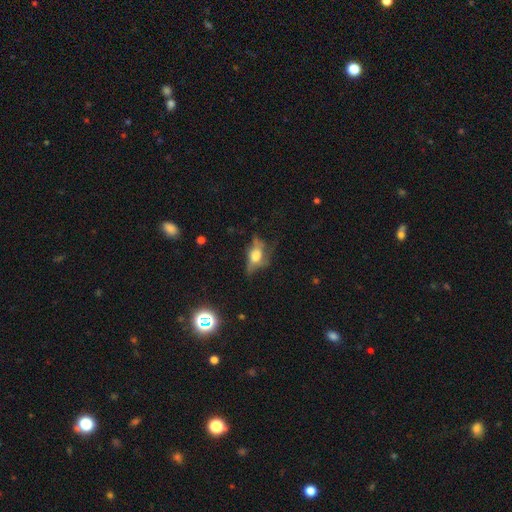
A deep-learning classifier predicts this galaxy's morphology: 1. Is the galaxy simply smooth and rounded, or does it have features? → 44% featured or disk, 42% smooth, 14% star or artifact.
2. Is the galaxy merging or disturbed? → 39% none, 33% major disturbance, 25% minor disturbance, 3% merger.